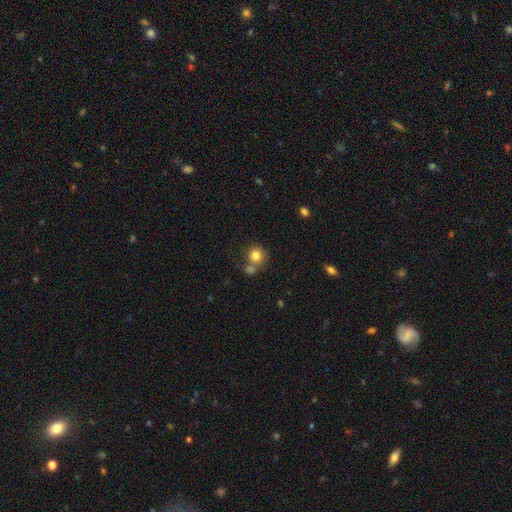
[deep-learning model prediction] Smooth or featured?
  - smooth: 81% *
  - star or artifact: 11%
  - featured or disk: 8%
How rounded?
  - round: 89% *
  - in between: 10%
  - cigar-shaped: 1%
Merging?
  - none: 58% *
  - merger: 27%
  - minor disturbance: 11%
  - major disturbance: 4%